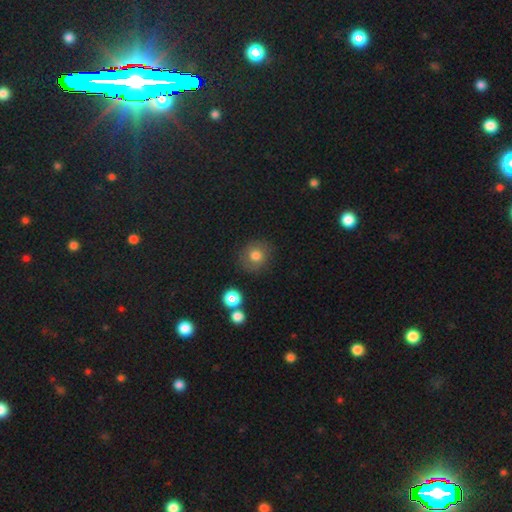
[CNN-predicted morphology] smooth 77%, star or artifact 12%, featured or disk 11%. Down the decision tree: how rounded — round (87%); merging — none (82%).